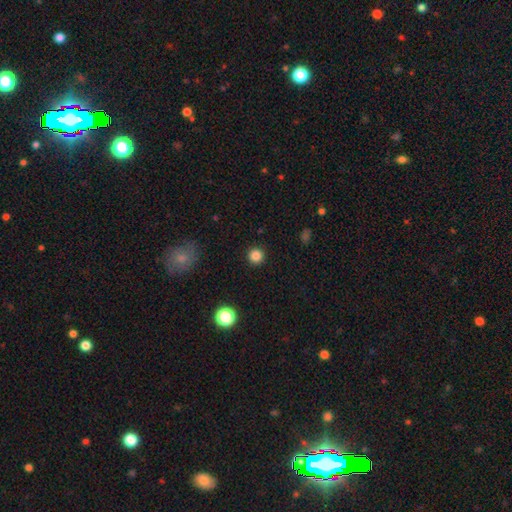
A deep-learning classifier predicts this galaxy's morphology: This appears to be a smooth galaxy with no disk features (84%) that is round (96%). Merging: none (92%).